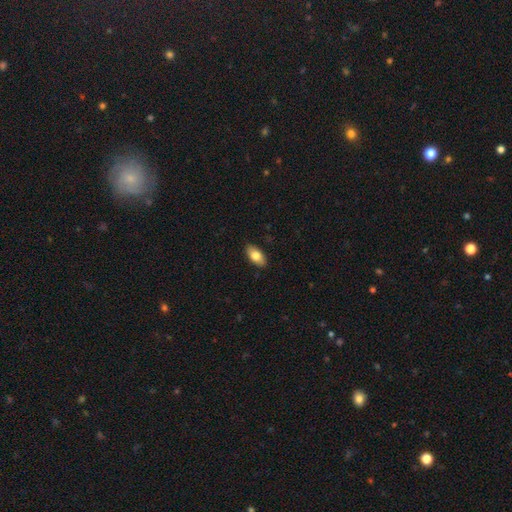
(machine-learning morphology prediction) Q: Smooth or featured?
A: smooth (80%); runner-up: featured or disk (14%)
Q: How rounded?
A: in between (92%); runner-up: cigar-shaped (5%)
Q: Merging?
A: none (89%); runner-up: minor disturbance (9%)